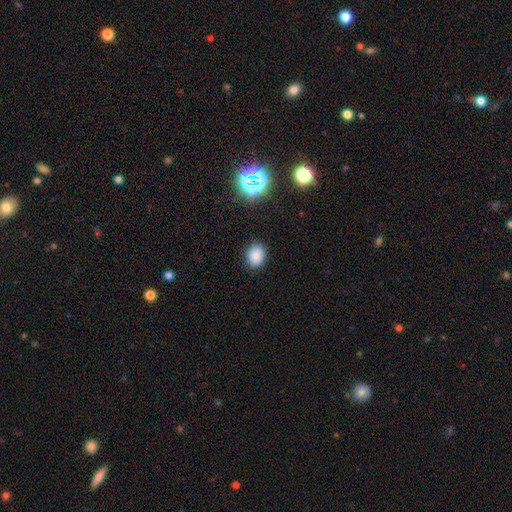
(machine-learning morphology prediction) Q: Smooth or featured?
A: smooth (82%); runner-up: star or artifact (13%)
Q: How rounded?
A: in between (53%); runner-up: round (46%)
Q: Merging?
A: none (85%); runner-up: minor disturbance (11%)